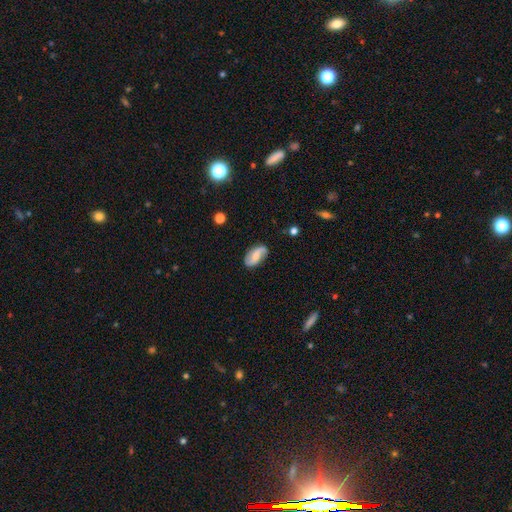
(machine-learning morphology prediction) A featured or disk galaxy (67%) with no bar (41%), 2 (90%) loose (58%) spiral arms (92%) and a small central bulge (43%). Merging: none (81%).